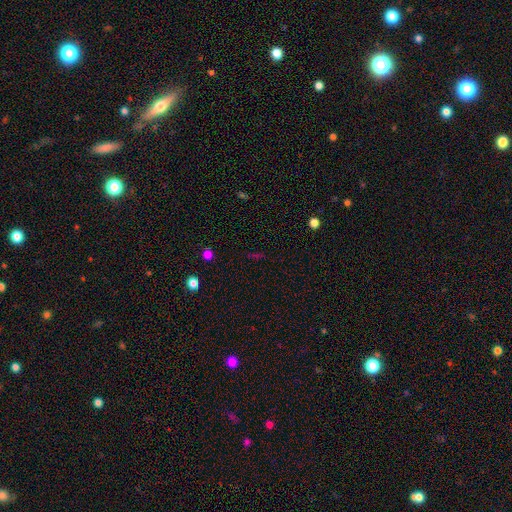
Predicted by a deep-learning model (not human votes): This is possibly a star or artifact rather than a galaxy (58%).